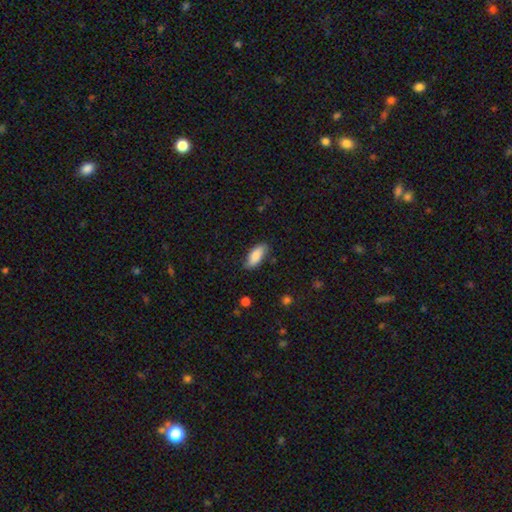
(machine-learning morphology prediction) A smooth galaxy with no disk features (86%) that is in between round and cigar-shaped (86%).

Vote fractions:
- Smooth or featured? smooth: 86% / featured or disk: 8% / star or artifact: 6%
- How rounded? in between: 86% / cigar-shaped: 12% / round: 2%
- Merging? none: 81% / minor disturbance: 15% / major disturbance: 3% / merger: 1%